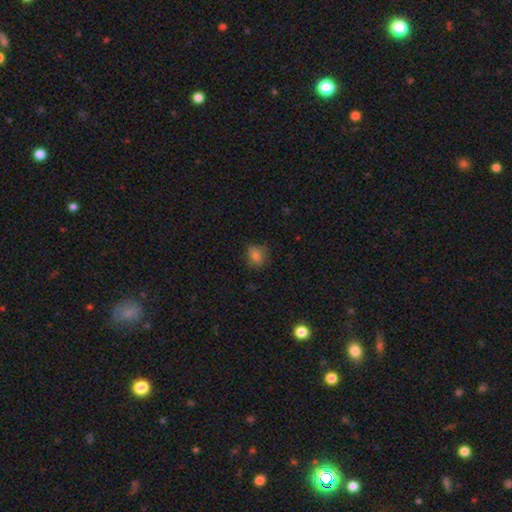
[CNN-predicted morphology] type=smooth (79%); roundness=round (67%); merging=none (72%).